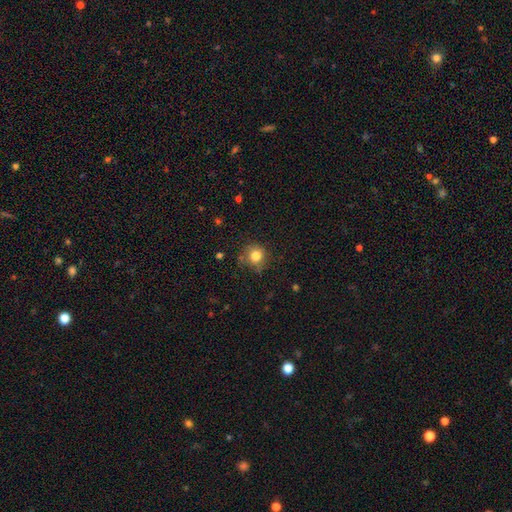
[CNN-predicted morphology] This is clearly a smooth galaxy (82%). How rounded: clearly round (88%). Merging: likely none (75%).